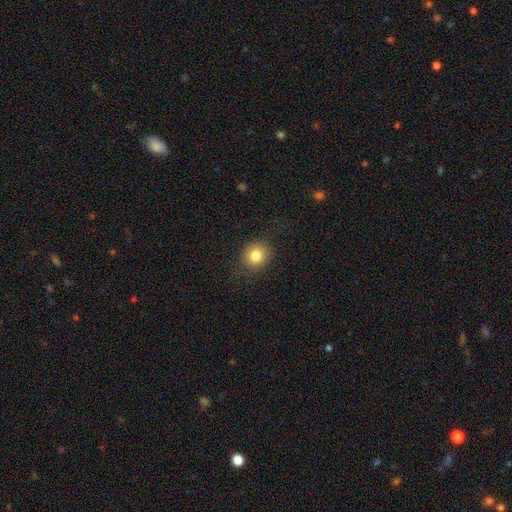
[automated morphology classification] Smooth or featured?
  - smooth: 82% *
  - star or artifact: 11%
  - featured or disk: 7%
How rounded?
  - round: 82% *
  - in between: 18%
  - cigar-shaped: 1%
Merging?
  - none: 86% *
  - minor disturbance: 10%
  - major disturbance: 4%
  - merger: 1%